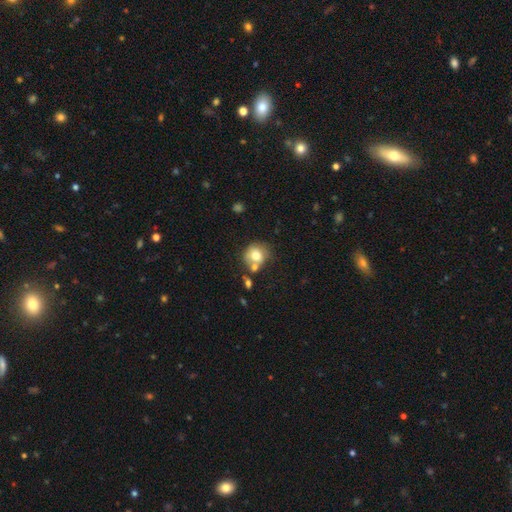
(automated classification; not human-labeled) A smooth galaxy with no disk features (74%) that is round (79%). Merging: none (52%).